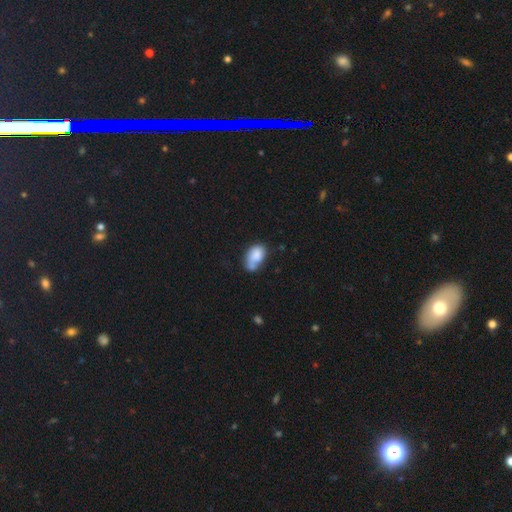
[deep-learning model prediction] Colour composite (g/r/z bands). It shows a smooth galaxy with no disk features (76%) that is in between round and cigar-shaped (87%). Merging: none (34%).